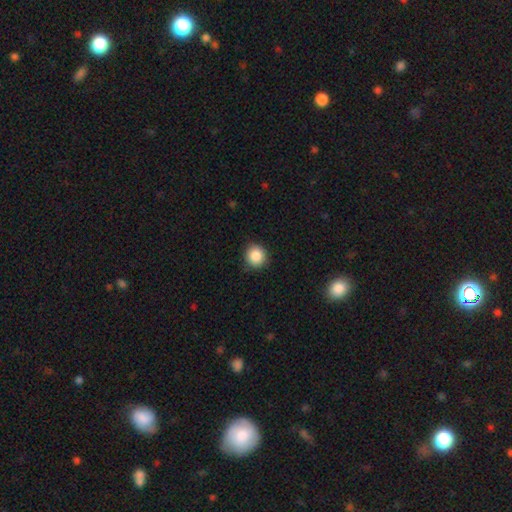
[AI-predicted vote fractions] The model was most divided on "smooth or featured": smooth: 86%, star or artifact: 9%, featured or disk: 4%. More confident: how rounded — round (91%); merging — none (88%).